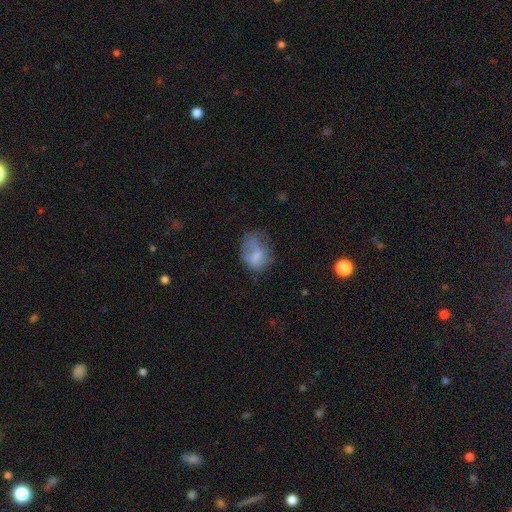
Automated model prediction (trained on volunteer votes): Morphology: type=smooth (58%); roundness=in between (65%); merging=none (34%).